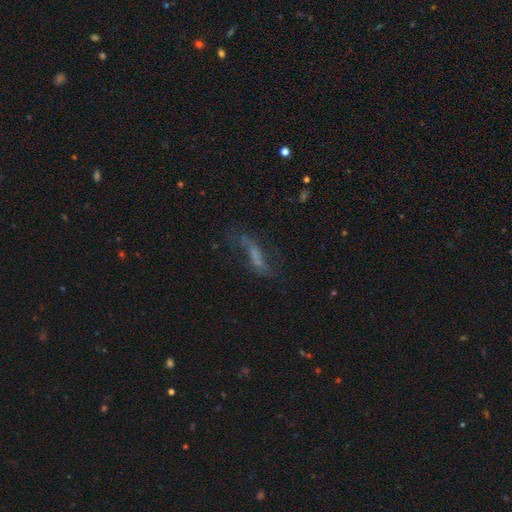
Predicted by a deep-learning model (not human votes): A featured or disk galaxy (55%).

Vote fractions:
- Smooth or featured? featured or disk: 55% / smooth: 30% / star or artifact: 15%
- Edge-on disk? no: 79% / yes: 21%
- Merging? none: 54% / major disturbance: 22% / minor disturbance: 21% / merger: 3%